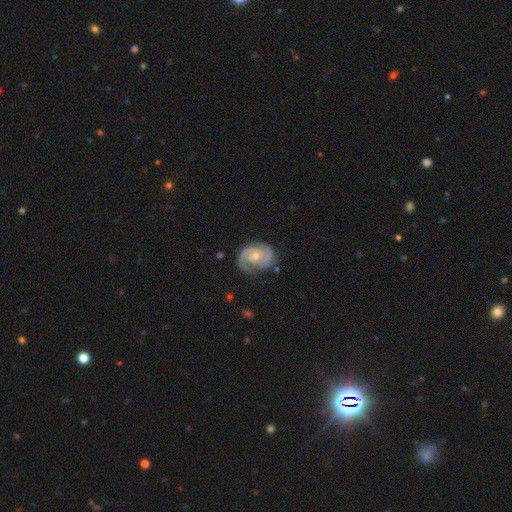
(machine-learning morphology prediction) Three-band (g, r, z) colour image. It shows a featured or disk galaxy (84%) with no bar (64%), 2 (77%) tight (48%) spiral arms (96%) and a small central bulge (53%). Merging: none (69%).